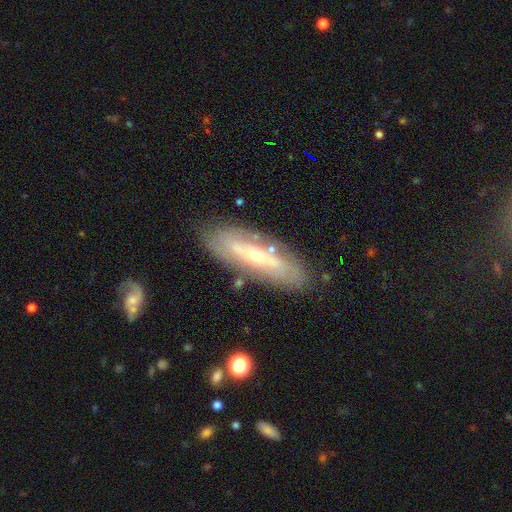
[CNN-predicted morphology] Smooth or featured: featured or disk — 71% (smooth — 23%)
Edge-on disk: no — 69% (yes — 31%)
Merging: none — 78% (minor disturbance — 14%)